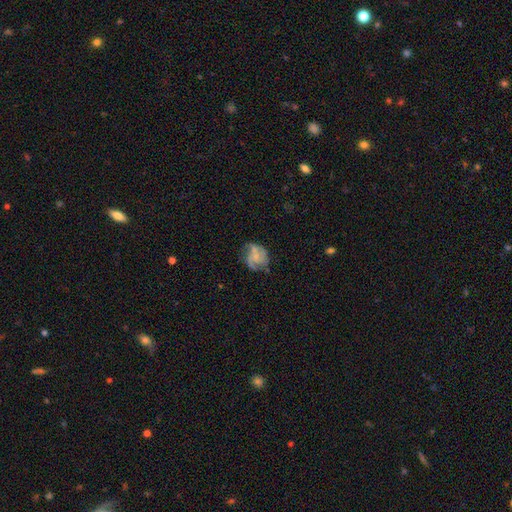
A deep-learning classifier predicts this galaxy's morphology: Smooth or featured? featured or disk (69%)
Edge-on disk? no (98%)
Bar? no (68%)
Spiral arms? yes (90%)
Spiral winding? medium (47%)
Spiral arm count? 3 (43%)
Bulge size? small (61%)
Merging? none (59%)